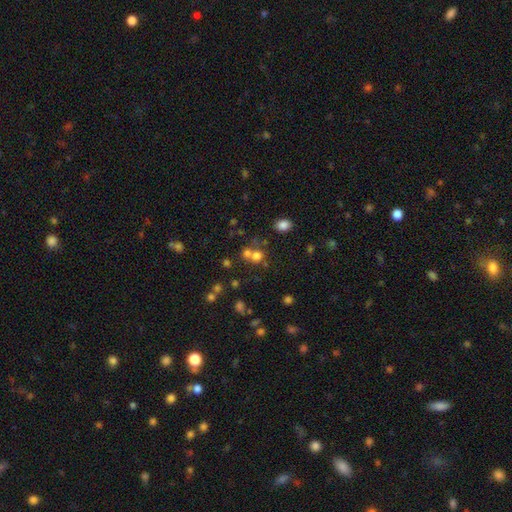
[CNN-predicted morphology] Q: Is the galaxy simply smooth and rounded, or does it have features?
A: smooth — 68%.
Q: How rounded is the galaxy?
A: round — 81%.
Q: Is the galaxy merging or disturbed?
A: merger — 46%.